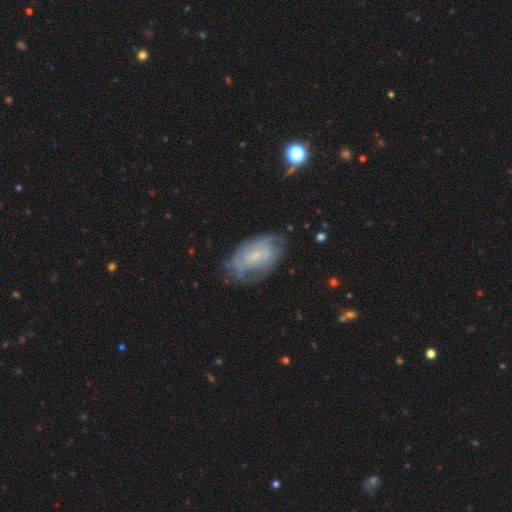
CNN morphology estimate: Overall: featured or disk (66%; smooth 26%). Edge-on disk: no (95%). Bar: no (55%; weak 38%). Spiral arms: yes (72%). Bulge size: small (70%). Merging: none (62%; minor disturbance 25%).